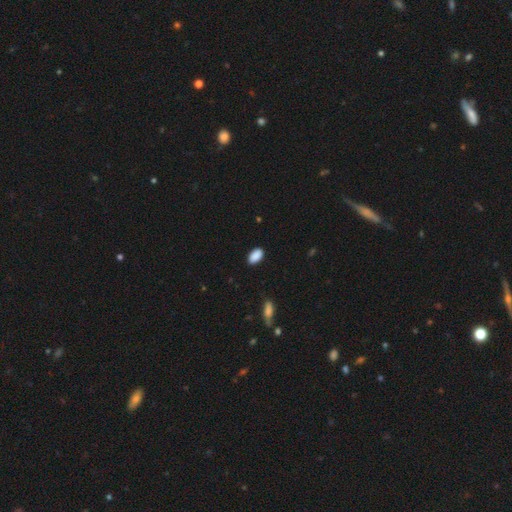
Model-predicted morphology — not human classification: Overall: smooth (90%). How rounded: in between (93%). Merging: none (86%).